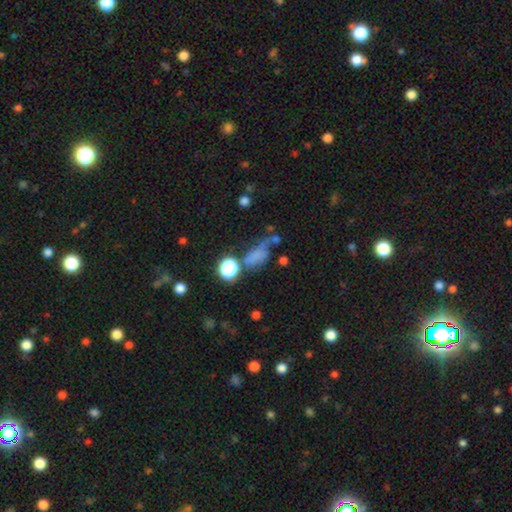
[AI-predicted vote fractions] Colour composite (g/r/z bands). It shows a smooth galaxy with no disk features (61%) that is in between round and cigar-shaped (61%). Merging: none (37%).